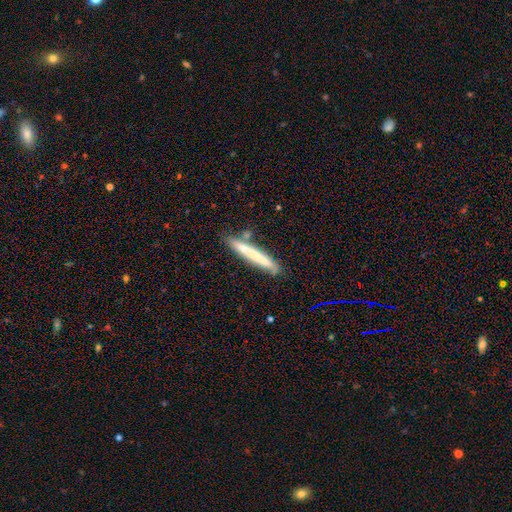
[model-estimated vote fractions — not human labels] Smooth or featured?
  - smooth: 62% *
  - featured or disk: 31%
  - star or artifact: 7%
How rounded?
  - cigar-shaped: 95% *
  - in between: 3%
  - round: 1%
Merging?
  - none: 79% *
  - minor disturbance: 12%
  - merger: 6%
  - major disturbance: 2%